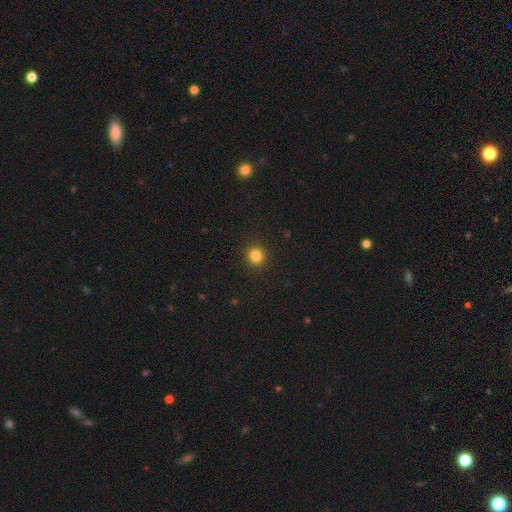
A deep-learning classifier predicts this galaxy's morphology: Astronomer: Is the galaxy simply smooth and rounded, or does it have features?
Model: smooth — 83%.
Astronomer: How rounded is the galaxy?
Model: round — 91%.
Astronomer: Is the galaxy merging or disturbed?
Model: none — 92%.